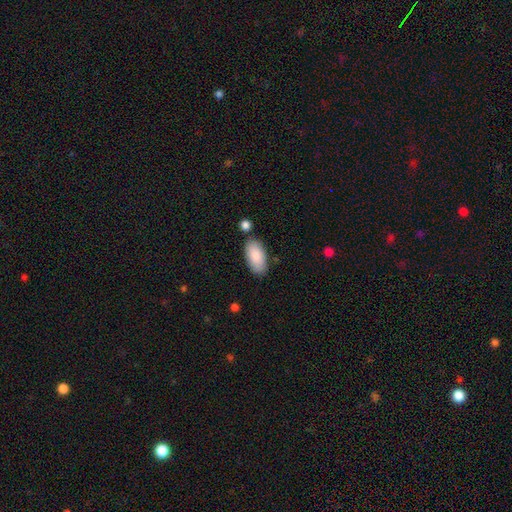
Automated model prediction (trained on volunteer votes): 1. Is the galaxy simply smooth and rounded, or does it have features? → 87% smooth, 7% featured or disk, 6% star or artifact.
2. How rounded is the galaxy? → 94% in between, 4% cigar-shaped, 2% round.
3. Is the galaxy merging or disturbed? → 78% none, 13% minor disturbance, 7% merger, 3% major disturbance.